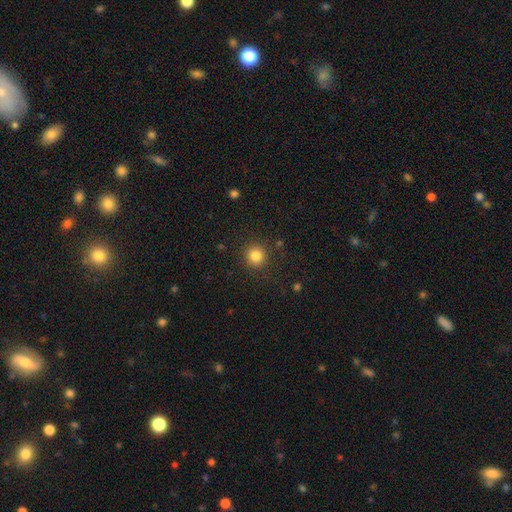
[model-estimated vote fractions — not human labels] Q: Smooth or featured?
A: smooth (84%); runner-up: star or artifact (12%)
Q: How rounded?
A: round (94%); runner-up: in between (5%)
Q: Merging?
A: none (89%); runner-up: minor disturbance (7%)